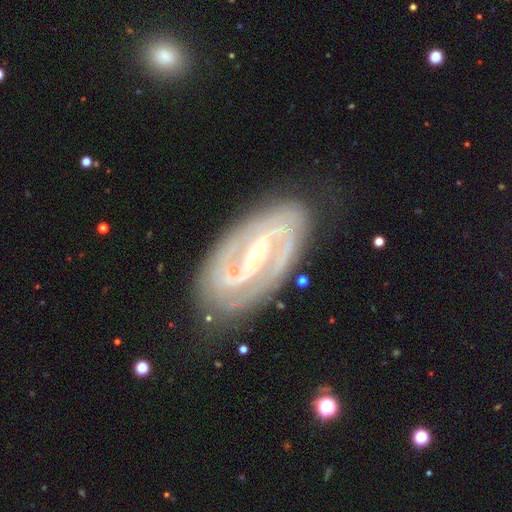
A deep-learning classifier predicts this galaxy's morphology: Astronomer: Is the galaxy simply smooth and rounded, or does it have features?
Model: featured or disk — 89%.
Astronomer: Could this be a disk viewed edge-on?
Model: no — 95%.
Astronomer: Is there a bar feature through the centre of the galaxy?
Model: strong — 53% (runner-up: weak, 28%).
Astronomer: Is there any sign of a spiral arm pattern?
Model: yes — 95%.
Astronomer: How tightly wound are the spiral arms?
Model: tight — 53% (runner-up: medium, 37%).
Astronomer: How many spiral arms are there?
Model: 2 — 76%.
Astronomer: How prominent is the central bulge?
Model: small — 78%.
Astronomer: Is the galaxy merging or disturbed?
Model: none — 79%.